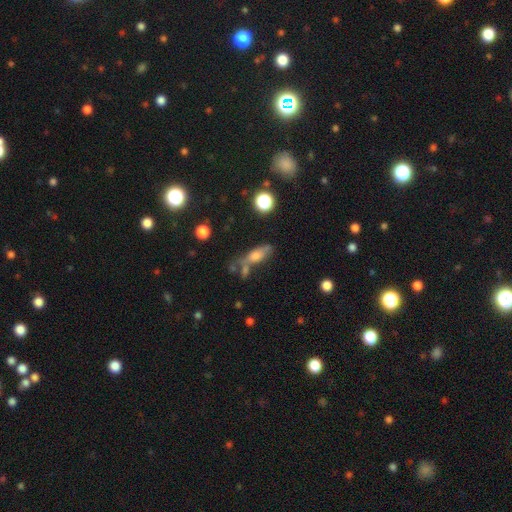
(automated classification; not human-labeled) Overall: smooth (59%; featured or disk 28%). How rounded: in between (55%; cigar-shaped 38%). Merging: none (49%; minor disturbance 21%).